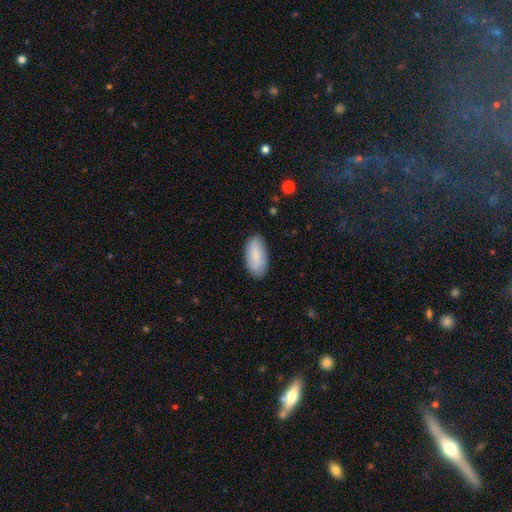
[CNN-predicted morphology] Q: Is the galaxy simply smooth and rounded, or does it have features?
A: smooth — 80%.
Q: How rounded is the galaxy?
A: in between — 91%.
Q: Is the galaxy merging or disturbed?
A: none — 83%.